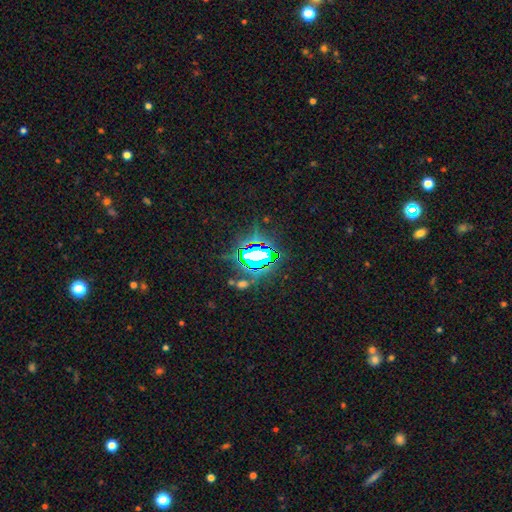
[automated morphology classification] smooth_or_featured: star or artifact (p=0.76) [alt: smooth p=0.13]